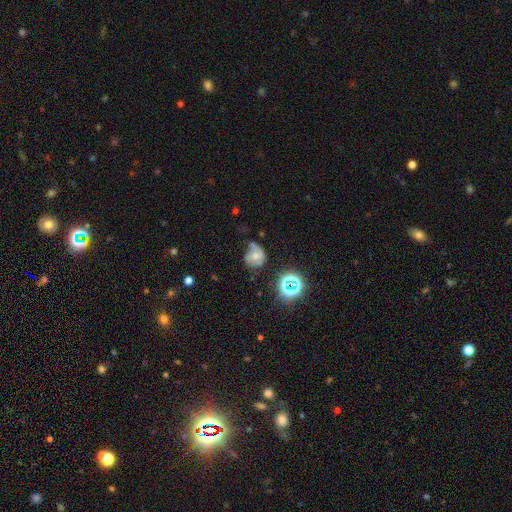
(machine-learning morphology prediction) smooth-or-featured: featured or disk: 42% | smooth: 40% | star or artifact: 18%
  merging: none: 42% | minor disturbance: 34% | major disturbance: 17% | merger: 7%